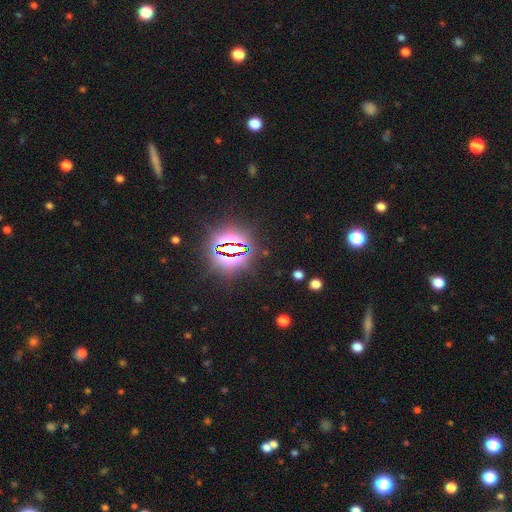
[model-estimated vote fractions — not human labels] Smooth or featured?
  - star or artifact: 83% *
  - smooth: 10%
  - featured or disk: 7%